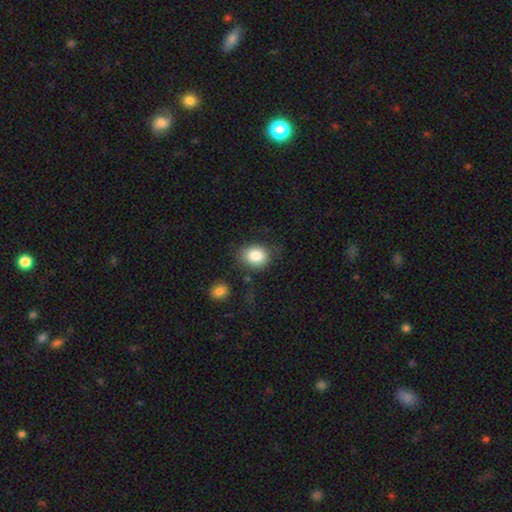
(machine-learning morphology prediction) This appears to be a smooth galaxy with no disk features (84%) that is round (60%). Merging: none (74%).